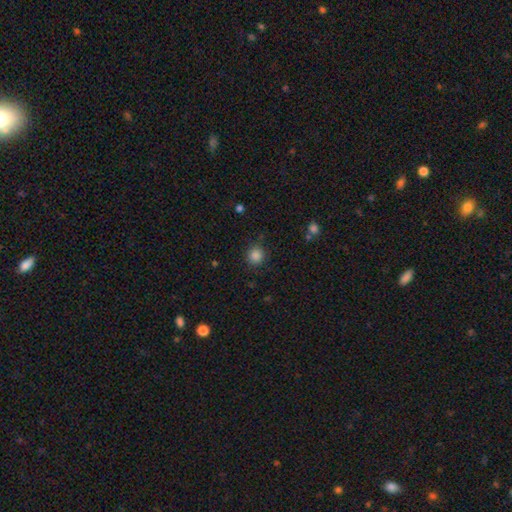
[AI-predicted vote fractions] A smooth galaxy with no disk features (85%) that is round (91%).

Vote fractions:
- Smooth or featured? smooth: 85% / star or artifact: 11% / featured or disk: 3%
- How rounded? round: 91% / in between: 8% / cigar-shaped: 1%
- Merging? none: 87% / minor disturbance: 8% / major disturbance: 3% / merger: 1%